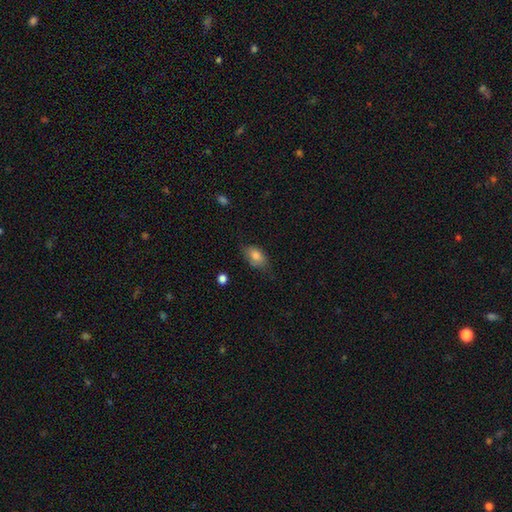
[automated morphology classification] Smooth or featured: smooth — 81% (featured or disk — 11%)
How rounded: in between — 88% (round — 10%)
Merging: none — 66% (minor disturbance — 26%)